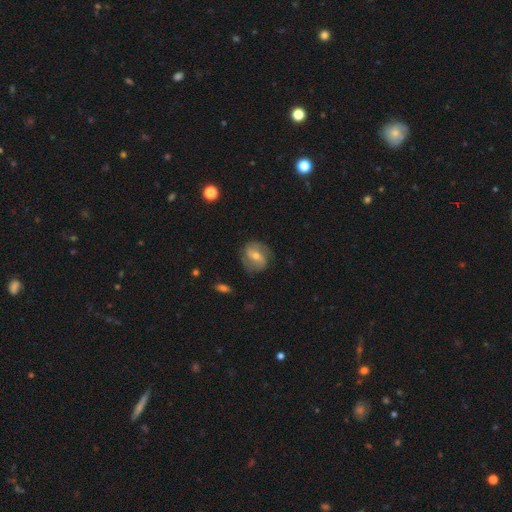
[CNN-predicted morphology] A featured or disk galaxy (64%) with a weak bar (42%), spiral arms (81%) and a moderate central bulge (56%).

Vote fractions:
- Smooth or featured? featured or disk: 64% / smooth: 29% / star or artifact: 7%
- Edge-on disk? no: 95% / yes: 5%
- Bar? weak: 42% / strong: 31% / no: 27%
- Spiral arms? yes: 81% / no: 19%
- Bulge size? moderate: 56% / small: 39% / large: 2% / none: 1% / dominant: 1%
- Merging? none: 74% / minor disturbance: 18% / major disturbance: 7% / merger: 1%